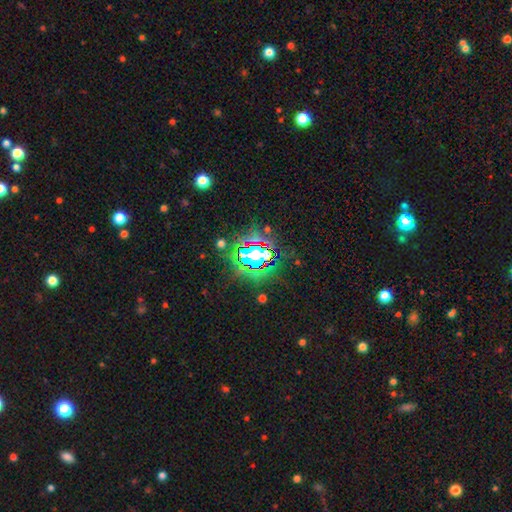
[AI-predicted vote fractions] Overall: star or artifact (81%).